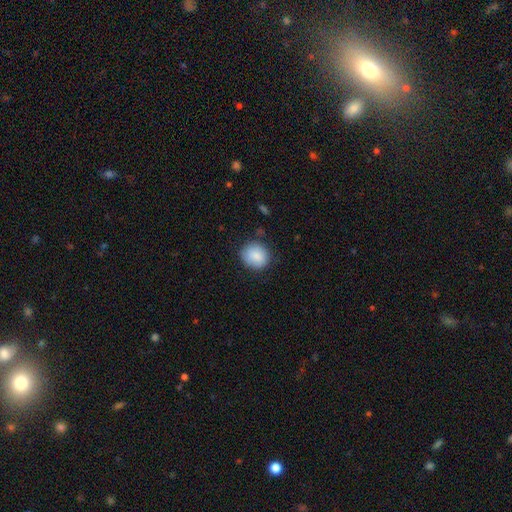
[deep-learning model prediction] Smooth or featured?
  - smooth: 88% *
  - star or artifact: 7%
  - featured or disk: 5%
How rounded?
  - round: 75% *
  - in between: 24%
  - cigar-shaped: 1%
Merging?
  - none: 82% *
  - minor disturbance: 14%
  - major disturbance: 3%
  - merger: 1%